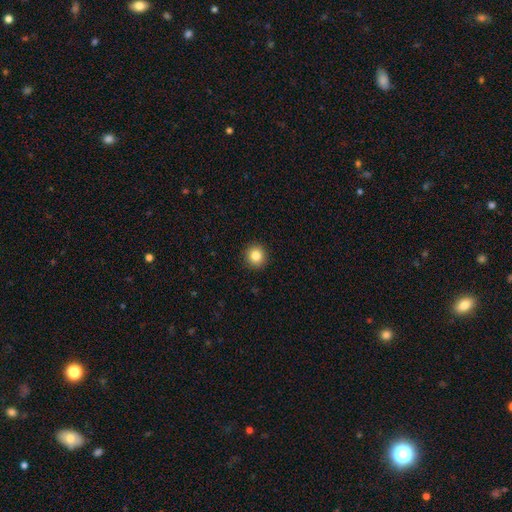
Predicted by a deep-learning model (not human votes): Morphology: type=smooth (84%); roundness=round (93%); merging=none (92%).